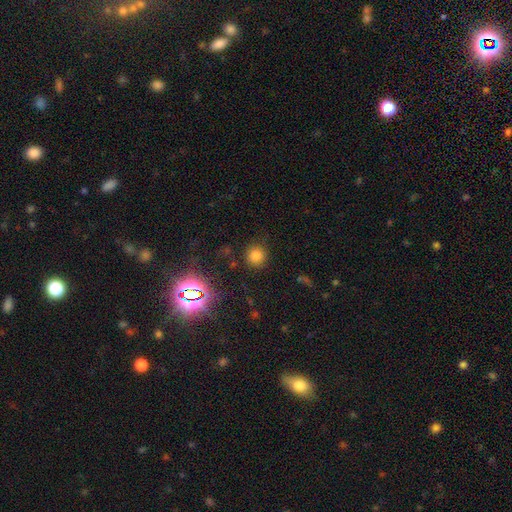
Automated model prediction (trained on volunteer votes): Smooth or featured?
  - smooth: 75% *
  - star or artifact: 19%
  - featured or disk: 6%
How rounded?
  - round: 92% *
  - in between: 7%
  - cigar-shaped: 1%
Merging?
  - none: 86% *
  - minor disturbance: 8%
  - major disturbance: 4%
  - merger: 2%